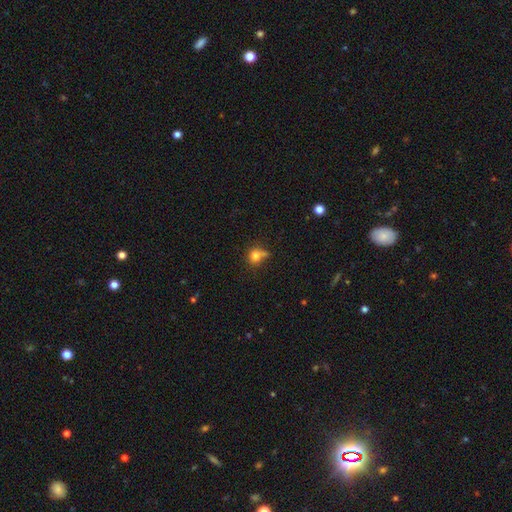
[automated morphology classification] The model was most divided on "merging": none: 55%, minor disturbance: 19%, merger: 19%, major disturbance: 8%. More confident: how rounded — round (82%); smooth or featured — smooth (79%).